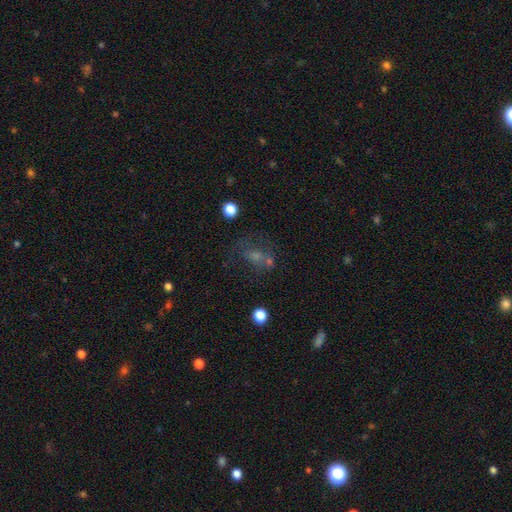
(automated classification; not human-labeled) This is marginally a smooth galaxy (41%). Merging: marginally none (44%).